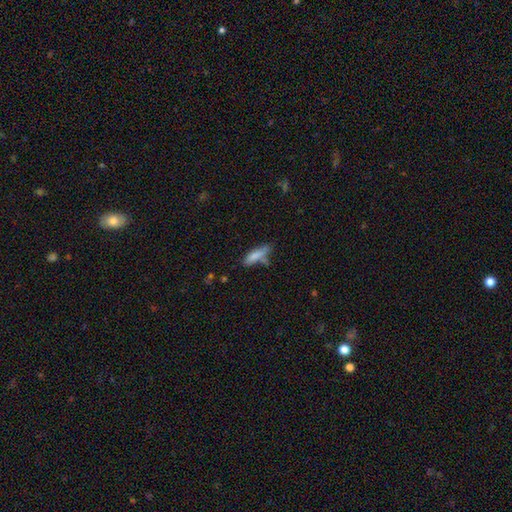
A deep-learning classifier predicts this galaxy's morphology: A smooth galaxy with no disk features (79%) that is cigar-shaped (62%). Merging: none (56%).